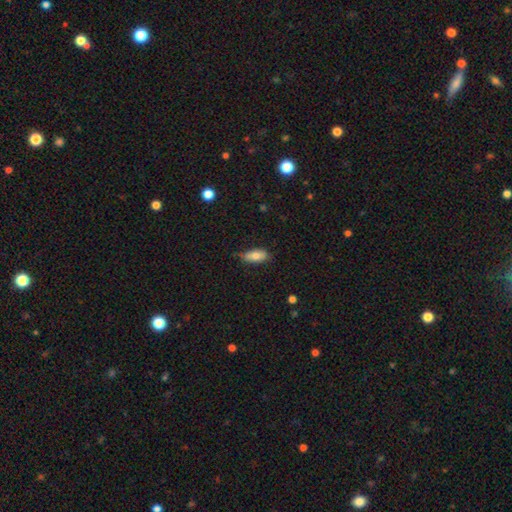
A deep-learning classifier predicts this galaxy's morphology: Smooth or featured?
  - smooth: 74% *
  - featured or disk: 19%
  - star or artifact: 7%
How rounded?
  - in between: 85% *
  - cigar-shaped: 12%
  - round: 3%
Merging?
  - none: 65% *
  - minor disturbance: 28%
  - major disturbance: 5%
  - merger: 2%